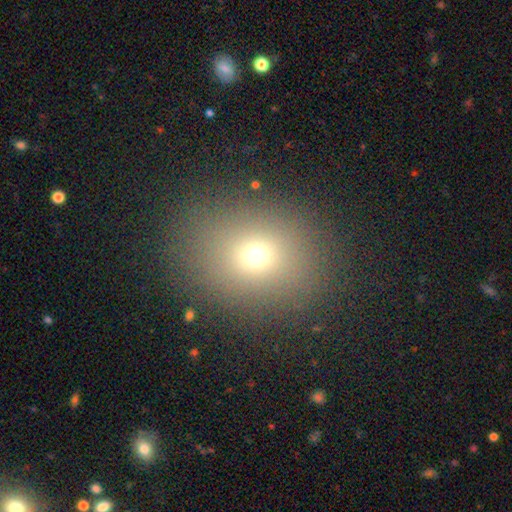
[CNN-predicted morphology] Q: Smooth or featured?
A: smooth (68%); runner-up: star or artifact (20%)
Q: How rounded?
A: round (55%); runner-up: in between (44%)
Q: Merging?
A: none (86%); runner-up: minor disturbance (8%)